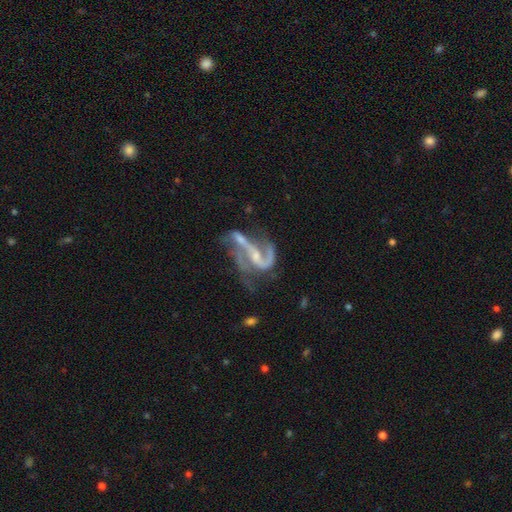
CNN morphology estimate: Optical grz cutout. It shows a featured or disk galaxy (88%) with a weak bar (37%), 2 (75%) loose (51%) spiral arms (93%) and a small central bulge (56%). Merging: major disturbance (32%).